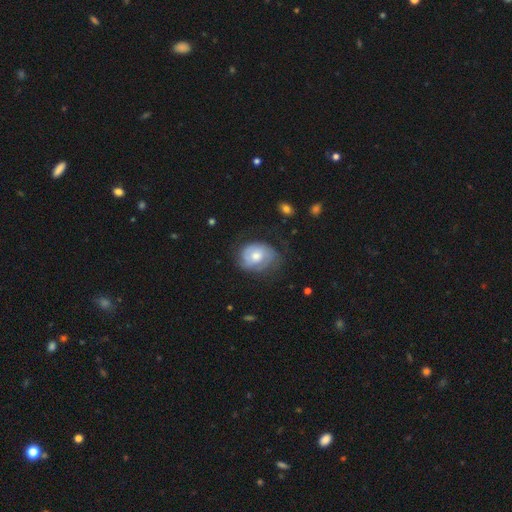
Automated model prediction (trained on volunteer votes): smooth-or-featured: featured or disk: 56% | smooth: 38% | star or artifact: 7%
  disk-edge-on: no: 97% | yes: 3%
    bar: no: 75% | weak: 22% | strong: 3%
    has-spiral-arms: yes: 77% | no: 23%
    bulge-size: moderate: 68% | small: 20% | large: 9% | none: 2% | dominant: 1%
  merging: none: 57% | minor disturbance: 27% | major disturbance: 15% | merger: 1%